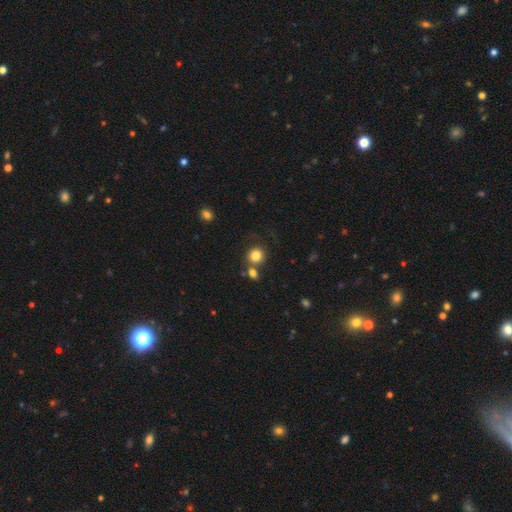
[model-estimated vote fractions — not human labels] Smooth or featured? Predicted: smooth (p=0.82). How rounded? Predicted: round (p=0.86). Merging? Predicted: none (p=0.66).